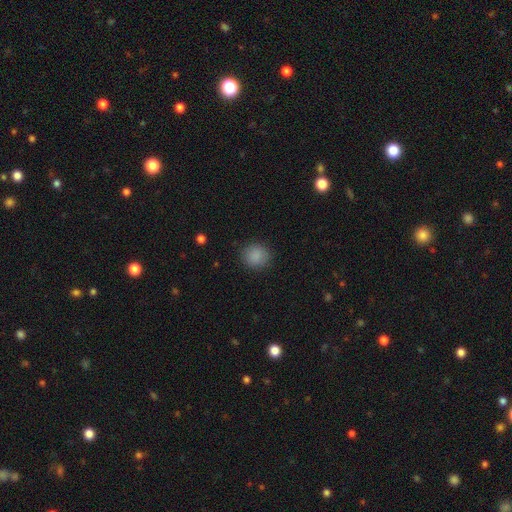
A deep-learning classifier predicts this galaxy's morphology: The model was most divided on "how rounded": round: 87%, in between: 12%, cigar-shaped: 1%. More confident: merging — none (88%); smooth or featured — smooth (88%).